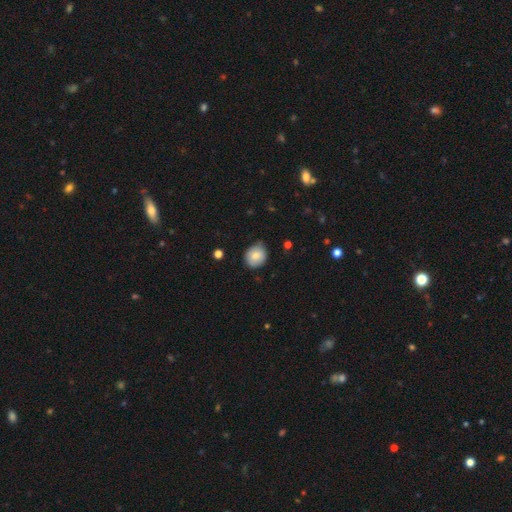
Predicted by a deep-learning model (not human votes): This appears to be a smooth galaxy with no disk features (78%) that is round (75%). Merging: none (69%).